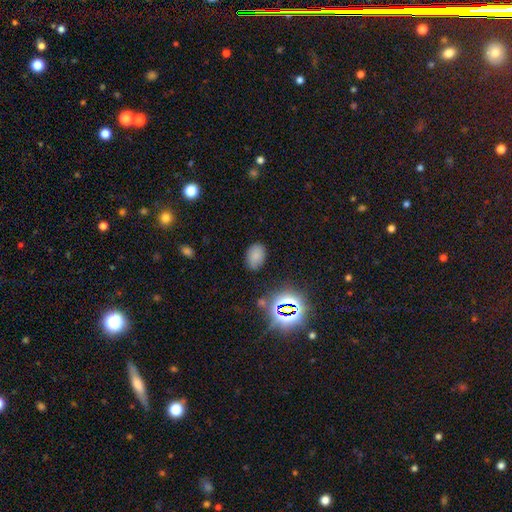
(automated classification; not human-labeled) Overall: smooth (74%). How rounded: in between (83%). Merging: none (78%).